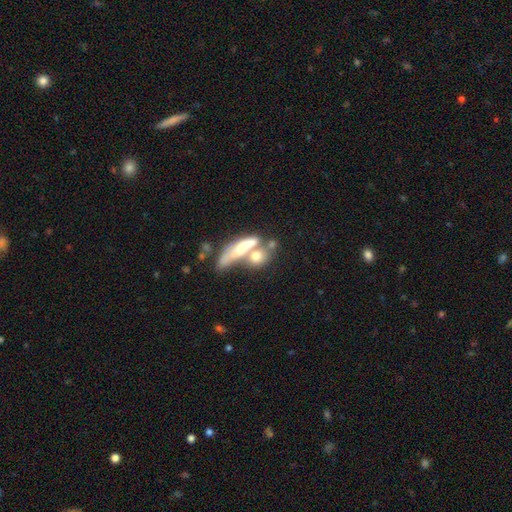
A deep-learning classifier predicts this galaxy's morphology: smooth 60%, featured or disk 31%, star or artifact 9%. Down the decision tree: how rounded — in between (43%); merging — merger (53%).